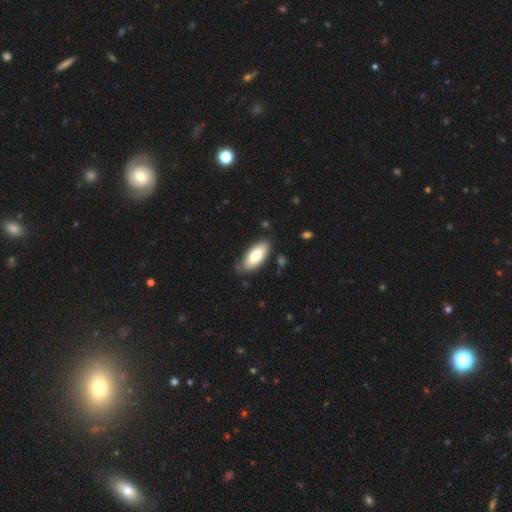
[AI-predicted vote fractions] This appears to be a smooth galaxy with no disk features (80%) that is in between round and cigar-shaped (89%). Merging: none (75%).